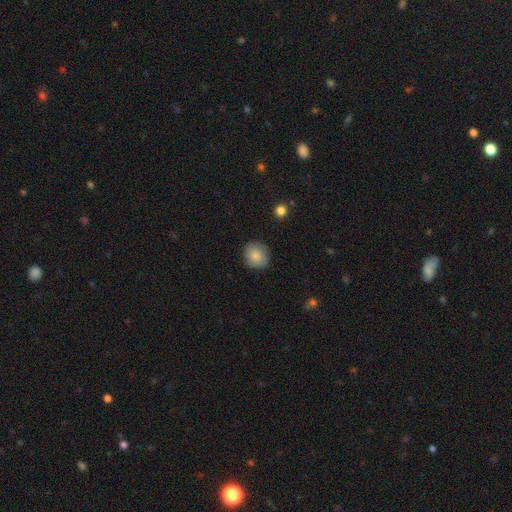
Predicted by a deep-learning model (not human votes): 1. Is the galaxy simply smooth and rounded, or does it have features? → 82% smooth, 10% featured or disk, 7% star or artifact.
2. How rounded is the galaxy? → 82% round, 17% in between, 1% cigar-shaped.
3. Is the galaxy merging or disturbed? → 85% none, 12% minor disturbance, 2% major disturbance, 1% merger.